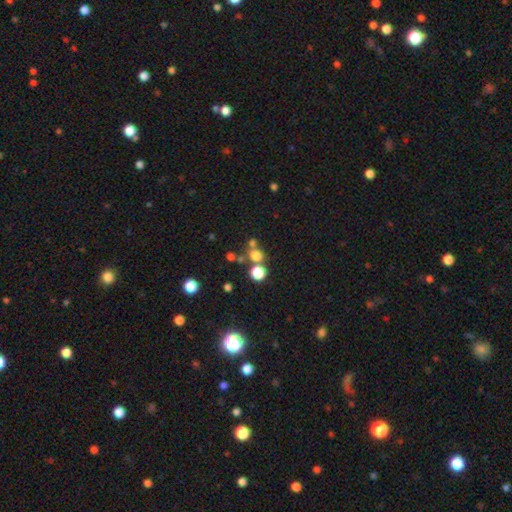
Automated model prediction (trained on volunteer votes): Q: Smooth or featured?
A: smooth (69%); runner-up: star or artifact (22%)
Q: How rounded?
A: round (86%); runner-up: in between (13%)
Q: Merging?
A: none (61%); runner-up: merger (27%)